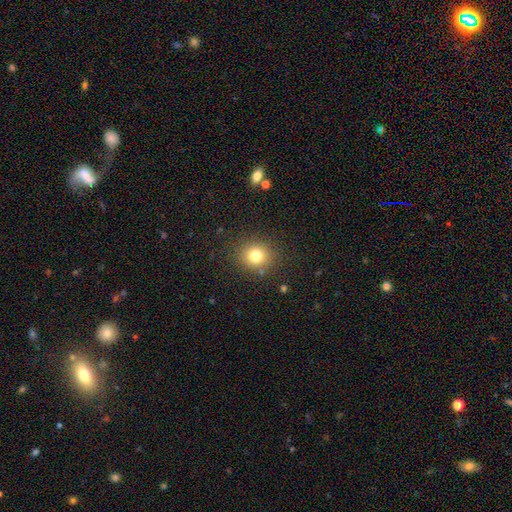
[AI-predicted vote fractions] Morphology: type=smooth (79%); roundness=round (80%); merging=none (87%).